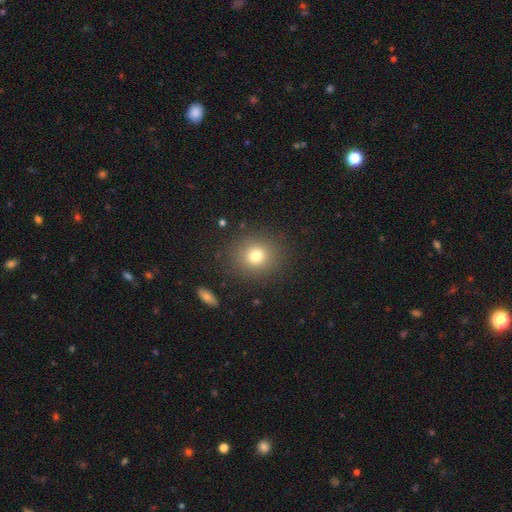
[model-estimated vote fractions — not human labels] This appears to be a smooth galaxy with no disk features (76%) that is round (85%). Merging: none (87%).